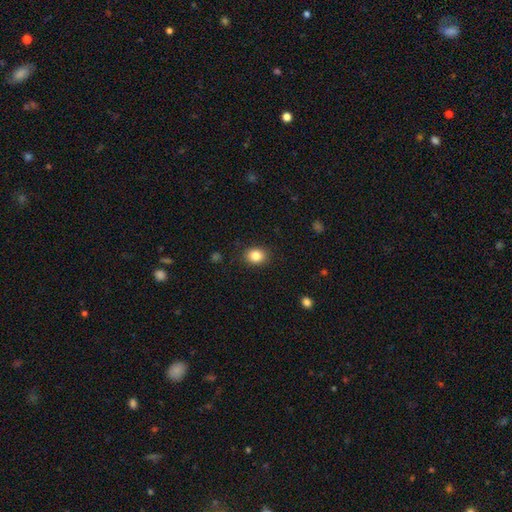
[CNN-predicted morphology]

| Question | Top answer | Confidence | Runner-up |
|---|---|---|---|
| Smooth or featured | smooth | 85% | star or artifact (10%) |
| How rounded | round | 53% | in between (47%) |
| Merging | none | 88% | minor disturbance (9%) |